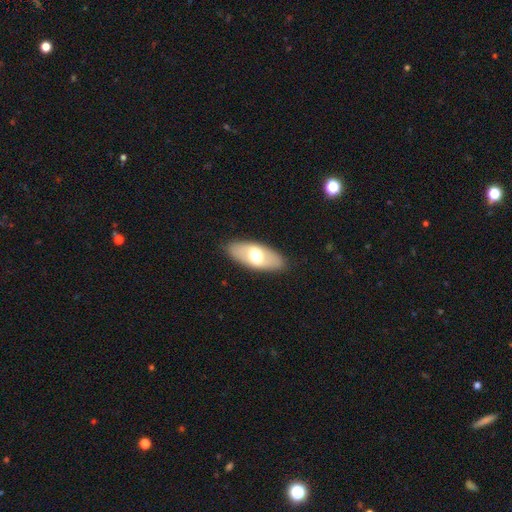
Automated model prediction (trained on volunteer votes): Smooth or featured? Predicted: smooth (p=0.54). How rounded? Predicted: in between (p=0.86). Merging? Predicted: none (p=0.87).